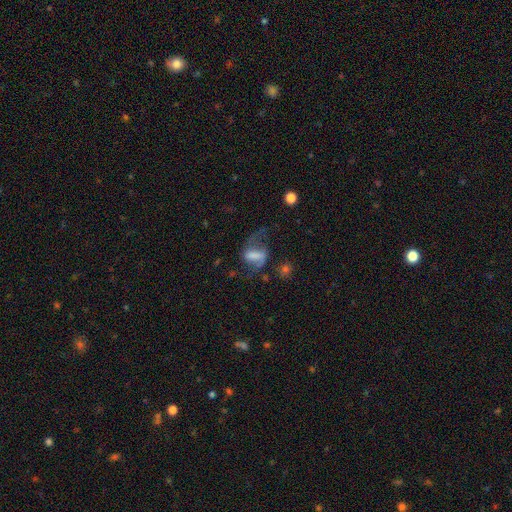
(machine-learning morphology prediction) Overall: featured or disk (61%; smooth 28%). Edge-on disk: no (95%). Bar: strong (44%; weak 35%). Spiral arms: yes (78%). Bulge size: none (43%; moderate 20%). Merging: major disturbance (40%; none 37%).